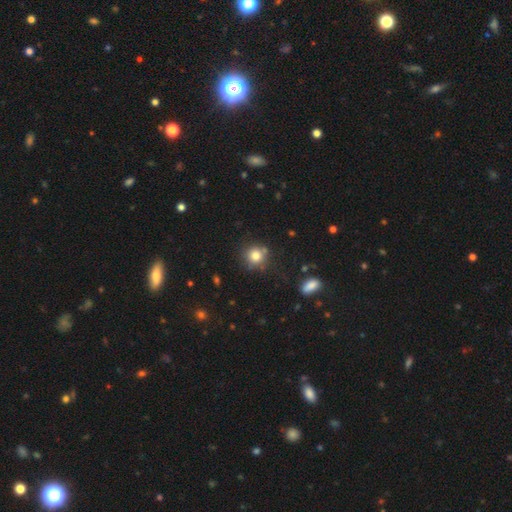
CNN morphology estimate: The model was most divided on "merging": none: 76%, minor disturbance: 13%, merger: 7%, major disturbance: 4%. More confident: how rounded — round (90%); smooth or featured — smooth (80%).